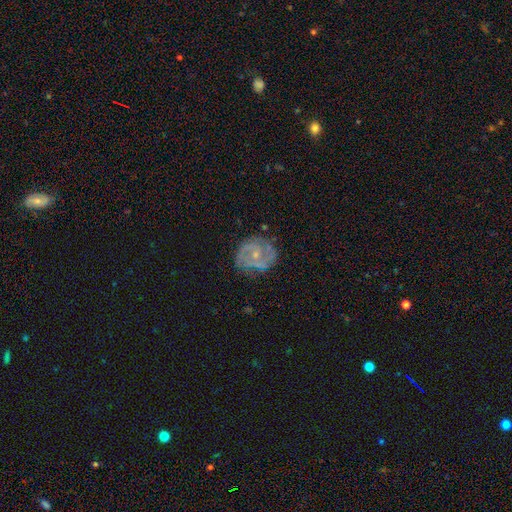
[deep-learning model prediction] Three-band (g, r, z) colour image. It shows a featured or disk galaxy (81%) with no bar (61%), 2 (67%) tight (47%) spiral arms (92%) and a small central bulge (67%). Merging: none (76%).